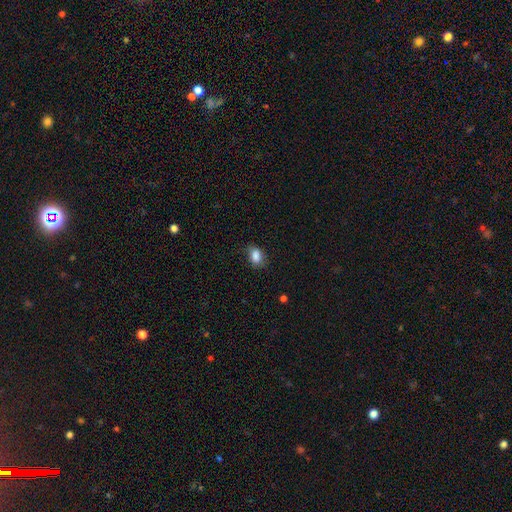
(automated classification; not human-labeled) smooth 85%, star or artifact 9%, featured or disk 6%. Down the decision tree: how rounded — in between (81%); merging — none (73%).